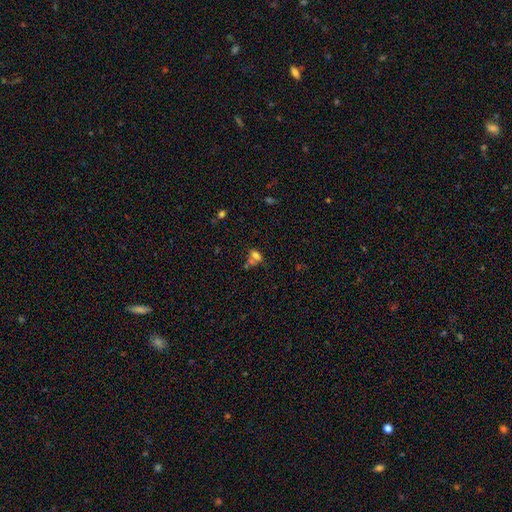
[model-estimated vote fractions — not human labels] Smooth or featured: smooth — 62% (star or artifact — 23%)
How rounded: in between — 74% (round — 19%)
Merging: none — 42% (merger — 31%)